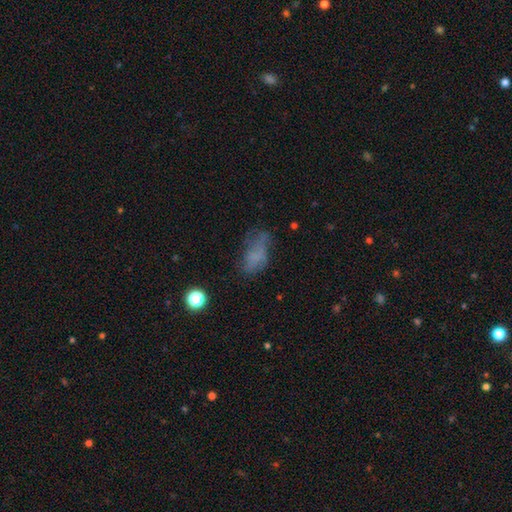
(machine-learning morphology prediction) This is possibly a smooth galaxy (53%). How rounded: clearly in between (85%). Merging: marginally none (45%).